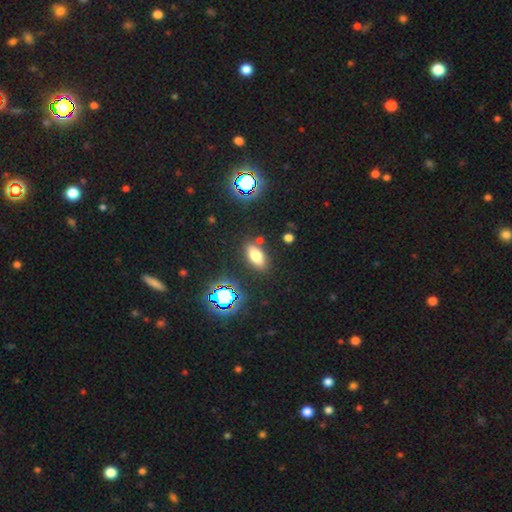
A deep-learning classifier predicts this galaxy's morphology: Smooth or featured? Predicted: smooth (p=0.68). How rounded? Predicted: in between (p=0.83). Merging? Predicted: none (p=0.82).